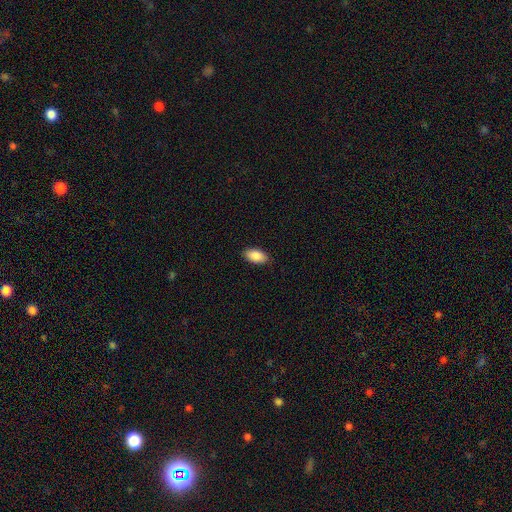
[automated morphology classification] Smooth or featured?
  - smooth: 88% *
  - star or artifact: 7%
  - featured or disk: 6%
How rounded?
  - in between: 94% *
  - round: 3%
  - cigar-shaped: 3%
Merging?
  - none: 86% *
  - minor disturbance: 11%
  - major disturbance: 2%
  - merger: 1%